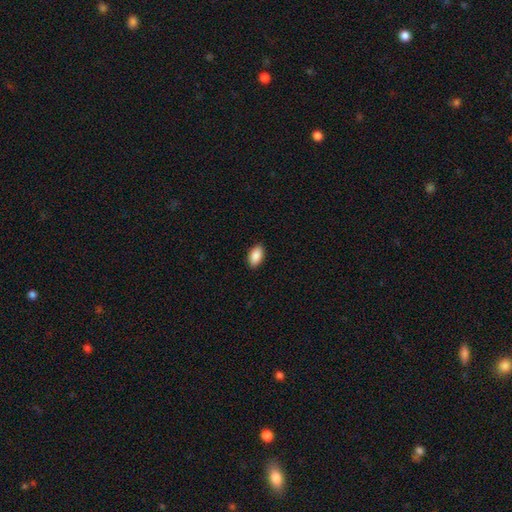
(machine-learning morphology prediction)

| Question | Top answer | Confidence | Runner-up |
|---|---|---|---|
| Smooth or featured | smooth | 89% | star or artifact (7%) |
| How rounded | in between | 94% | round (4%) |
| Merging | none | 90% | minor disturbance (7%) |